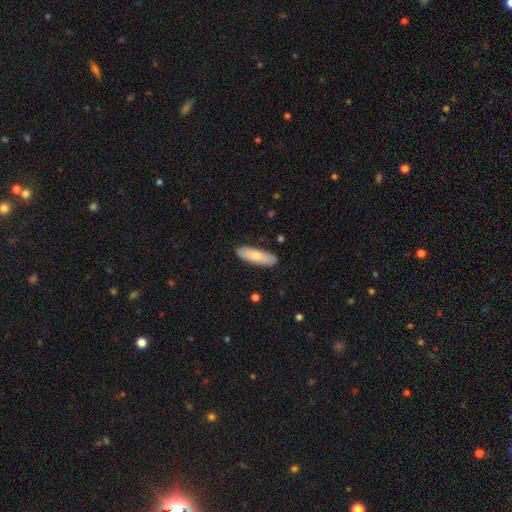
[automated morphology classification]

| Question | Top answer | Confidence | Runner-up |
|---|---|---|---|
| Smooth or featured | smooth | 78% | featured or disk (17%) |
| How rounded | in between | 51% | cigar-shaped (47%) |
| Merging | none | 85% | minor disturbance (12%) |